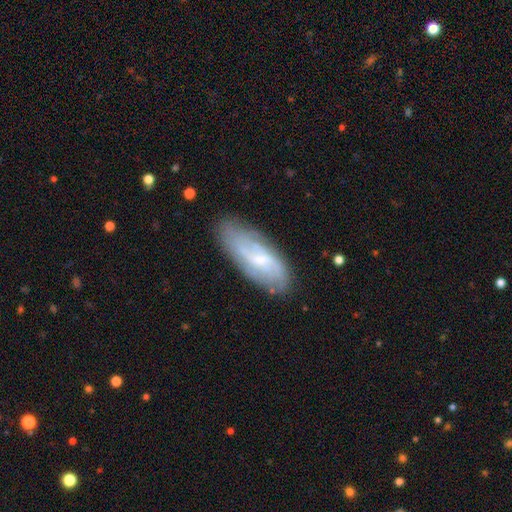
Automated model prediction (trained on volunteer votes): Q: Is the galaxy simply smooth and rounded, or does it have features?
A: featured or disk — 63%.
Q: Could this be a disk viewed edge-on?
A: no — 86%.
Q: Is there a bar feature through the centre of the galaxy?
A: weak — 49%.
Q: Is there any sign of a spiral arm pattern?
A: yes — 85%.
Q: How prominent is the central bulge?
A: small — 63%.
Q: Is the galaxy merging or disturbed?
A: none — 77%.